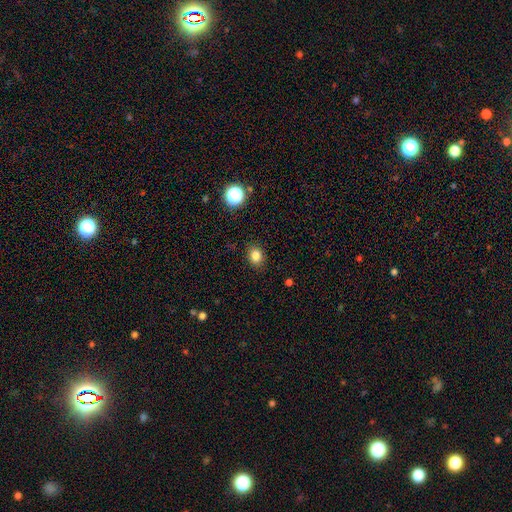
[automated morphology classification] A smooth galaxy with no disk features (82%) that is in between round and cigar-shaped (54%). Merging: none (87%).